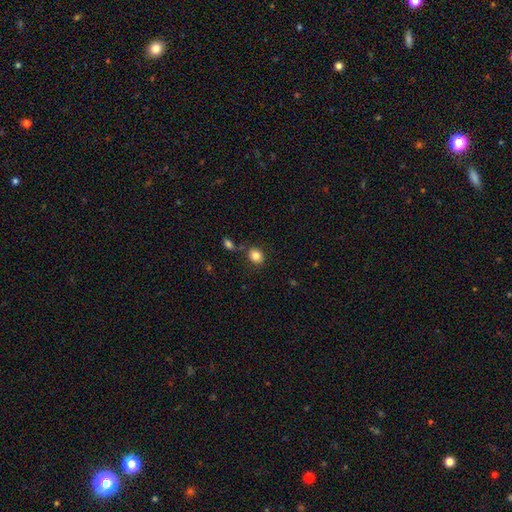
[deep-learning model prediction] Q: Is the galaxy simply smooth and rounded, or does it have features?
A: smooth — 84%.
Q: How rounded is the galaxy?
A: round — 60%.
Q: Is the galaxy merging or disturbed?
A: none — 75%.